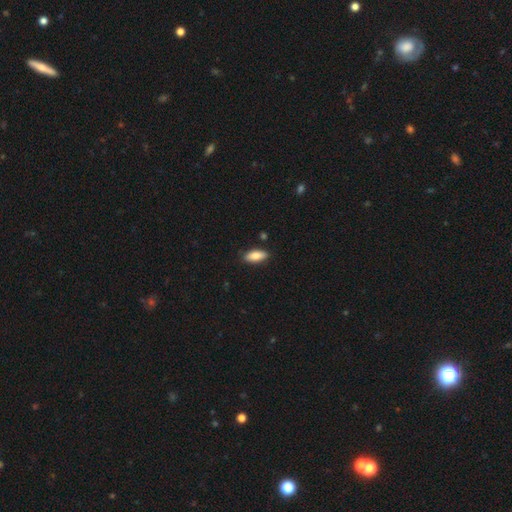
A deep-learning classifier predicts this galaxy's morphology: This appears to be a smooth galaxy with no disk features (85%) that is in between round and cigar-shaped (81%). Merging: none (86%).